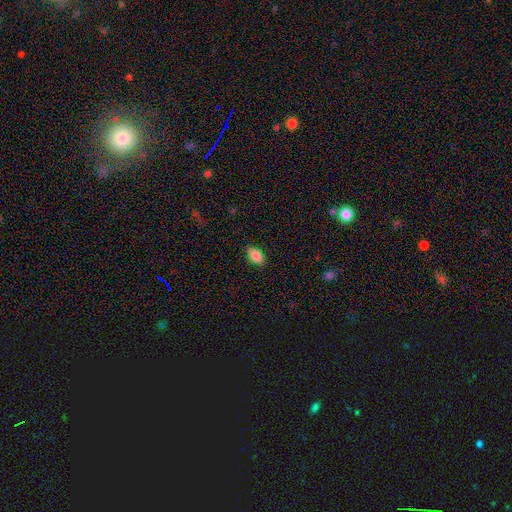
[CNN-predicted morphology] Smooth or featured: smooth — 87% (star or artifact — 8%)
How rounded: in between — 90% (round — 7%)
Merging: none — 86% (minor disturbance — 11%)